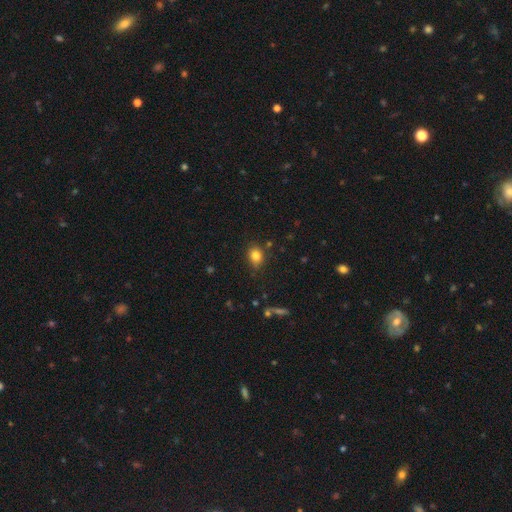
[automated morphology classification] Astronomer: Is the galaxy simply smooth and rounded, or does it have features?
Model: smooth — 82%.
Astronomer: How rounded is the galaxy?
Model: round — 55% (runner-up: in between, 44%).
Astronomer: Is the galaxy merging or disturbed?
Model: none — 79%.